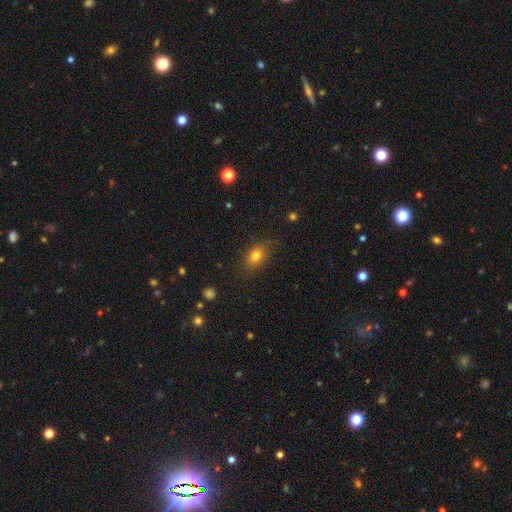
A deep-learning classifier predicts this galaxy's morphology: Smooth or featured?
  - smooth: 78% *
  - star or artifact: 12%
  - featured or disk: 10%
How rounded?
  - in between: 72% *
  - round: 25%
  - cigar-shaped: 3%
Merging?
  - none: 77% *
  - minor disturbance: 16%
  - major disturbance: 5%
  - merger: 1%